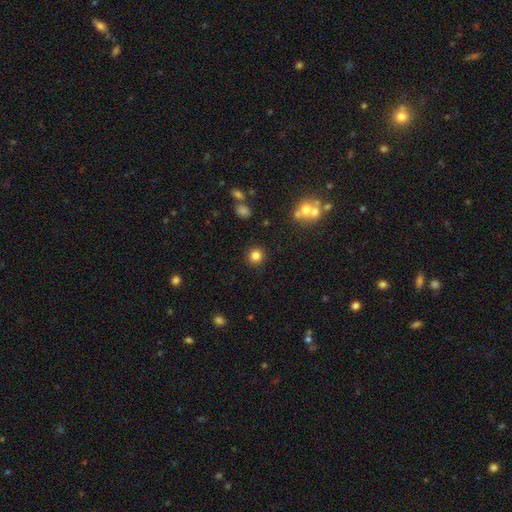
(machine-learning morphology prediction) Smooth or featured? Predicted: smooth (p=0.81). How rounded? Predicted: round (p=0.92). Merging? Predicted: none (p=0.89).